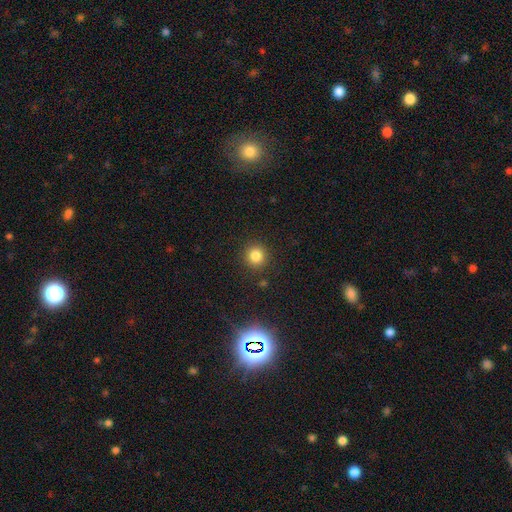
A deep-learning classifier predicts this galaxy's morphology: This is clearly a smooth galaxy (82%). How rounded: clearly round (93%). Merging: clearly none (90%).